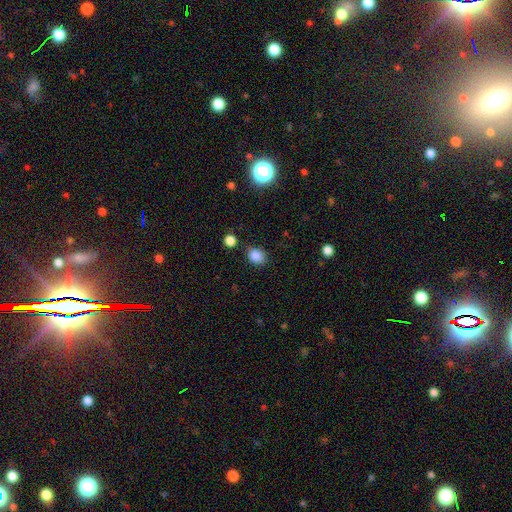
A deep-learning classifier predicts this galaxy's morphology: smooth_or_featured: smooth (p=0.85) [alt: star or artifact p=0.11]
how_rounded: round (p=0.50) [alt: in between p=0.49]
merging: none (p=0.77) [alt: minor disturbance p=0.14]